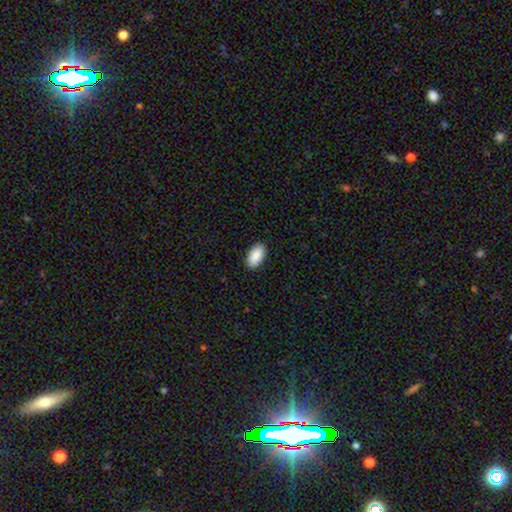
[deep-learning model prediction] A smooth galaxy with no disk features (90%) that is in between round and cigar-shaped (96%).

Vote fractions:
- Smooth or featured? smooth: 90% / star or artifact: 6% / featured or disk: 4%
- How rounded? in between: 96% / round: 2% / cigar-shaped: 2%
- Merging? none: 90% / minor disturbance: 7% / major disturbance: 2% / merger: 1%